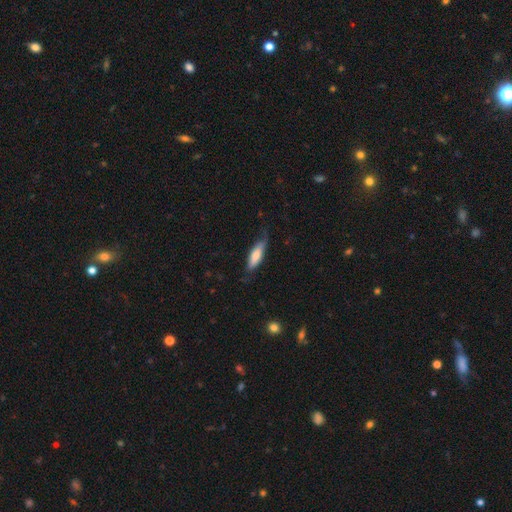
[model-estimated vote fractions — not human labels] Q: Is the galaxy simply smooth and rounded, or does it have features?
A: smooth — 69%.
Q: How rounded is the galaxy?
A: cigar-shaped — 52%.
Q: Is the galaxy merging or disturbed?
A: none — 64%.